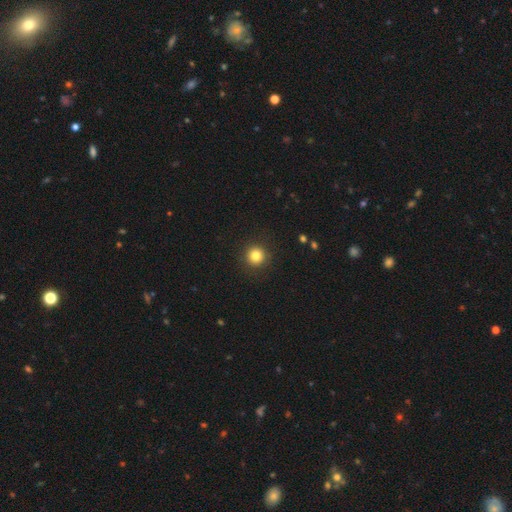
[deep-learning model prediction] smooth 83%, star or artifact 12%, featured or disk 5%. Down the decision tree: how rounded — round (95%); merging — none (92%).